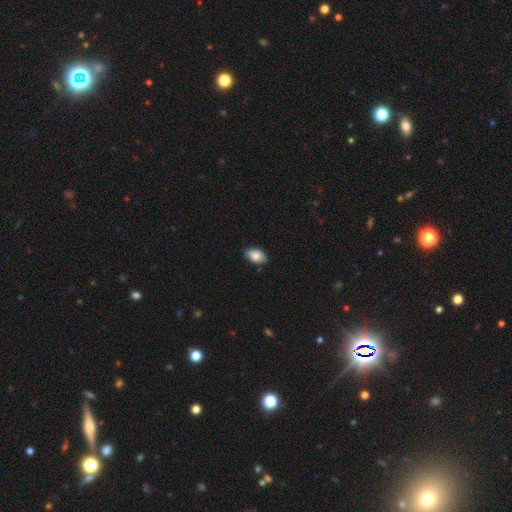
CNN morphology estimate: Smooth or featured? Predicted: smooth (p=0.85). How rounded? Predicted: in between (p=0.90). Merging? Predicted: none (p=0.85).